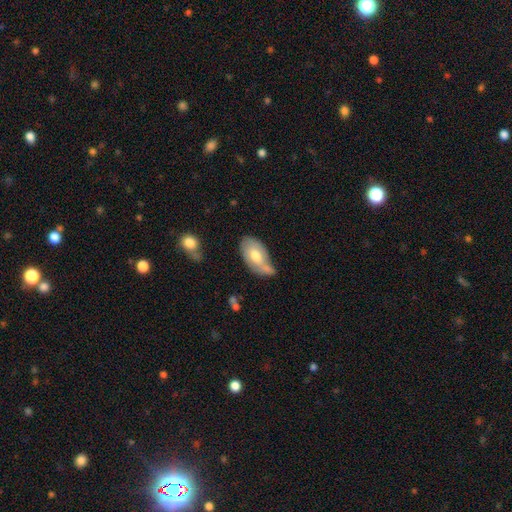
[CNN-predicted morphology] smooth-or-featured: smooth: 59% | featured or disk: 35% | star or artifact: 6%
  how-rounded: in between: 93% | round: 4% | cigar-shaped: 3%
  merging: none: 37% | minor disturbance: 31% | merger: 20% | major disturbance: 12%